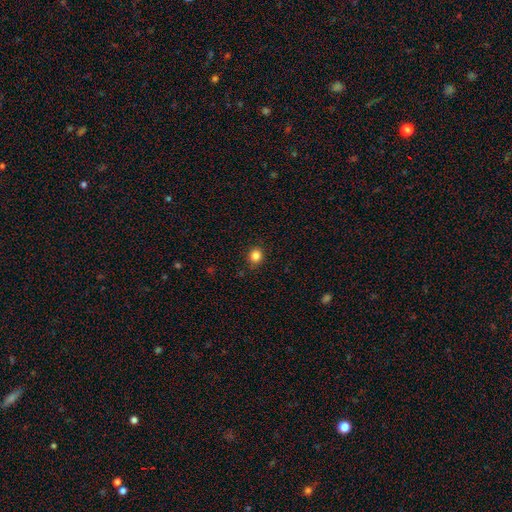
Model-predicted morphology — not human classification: Smooth or featured: smooth — 84% (star or artifact — 11%)
How rounded: round — 83% (in between — 16%)
Merging: none — 89% (minor disturbance — 8%)